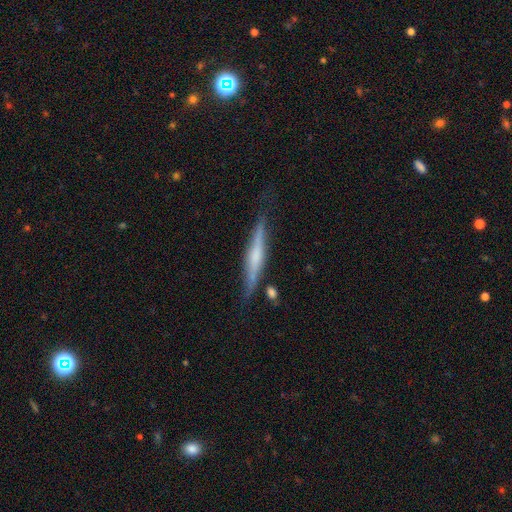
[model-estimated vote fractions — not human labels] Q: Smooth or featured?
A: featured or disk (63%); runner-up: smooth (31%)
Q: Edge-on disk?
A: yes (96%); runner-up: no (4%)
Q: Edge-on bulge?
A: rounded (55%); runner-up: none (23%)
Q: Merging?
A: none (78%); runner-up: minor disturbance (15%)